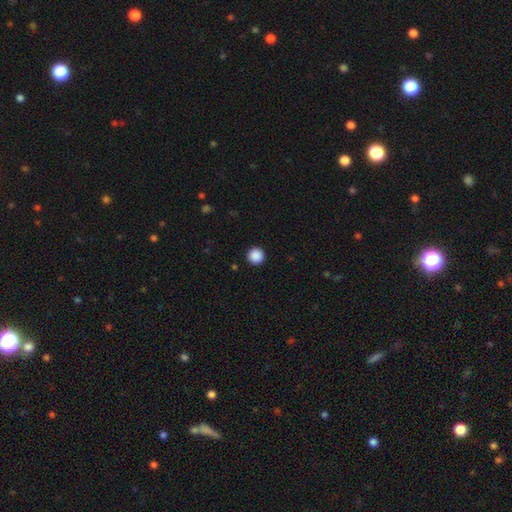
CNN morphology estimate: smooth_or_featured: smooth (p=0.89) [alt: star or artifact p=0.09]
how_rounded: round (p=0.97) [alt: in between p=0.02]
merging: none (p=0.93) [alt: minor disturbance p=0.04]